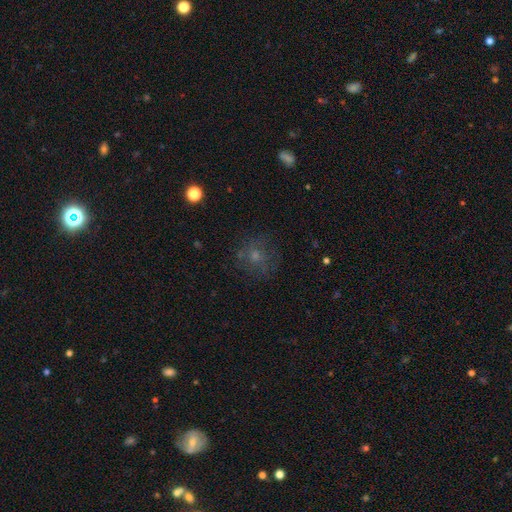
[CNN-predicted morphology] smooth_or_featured: smooth (p=0.55) [alt: featured or disk p=0.25]
how_rounded: round (p=0.84) [alt: in between p=0.15]
merging: none (p=0.70) [alt: minor disturbance p=0.16]